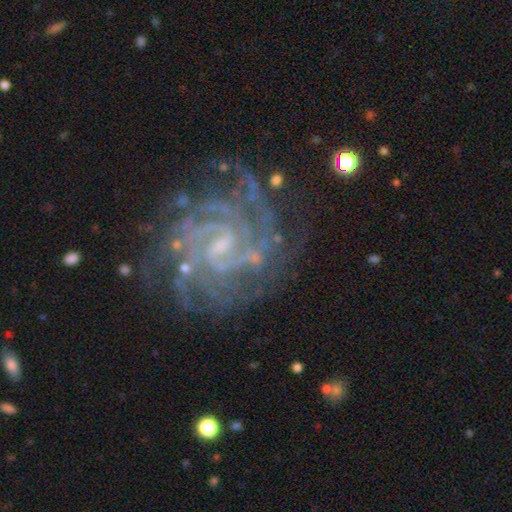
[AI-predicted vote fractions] smooth-or-featured: featured or disk: 88% | star or artifact: 8% | smooth: 5%
  disk-edge-on: no: 98% | yes: 2%
    bar: weak: 48% | no: 27% | strong: 25%
    has-spiral-arms: yes: 98% | no: 2%
      spiral-winding: tight: 57% | medium: 36% | loose: 7%
      spiral-arm-count: 2: 31% | can't tell: 20% | 3: 19% | 4: 13% | more than 4: 9% | 1: 8%
    bulge-size: small: 56% | moderate: 26% | none: 14% | large: 3% | dominant: 1%
  merging: none: 66% | minor disturbance: 18% | major disturbance: 12% | merger: 4%